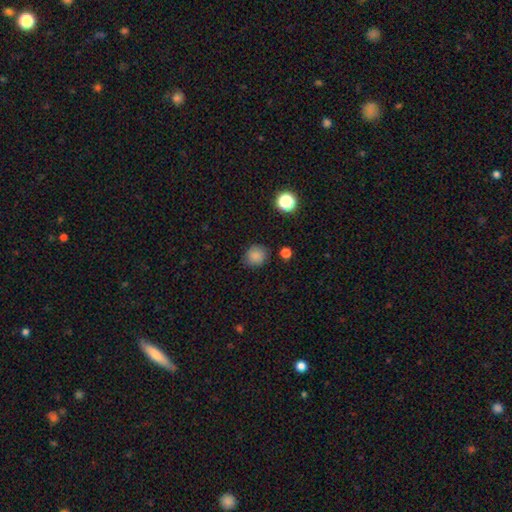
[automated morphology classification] Smooth or featured: smooth — 84% (star or artifact — 12%)
How rounded: round — 83% (in between — 16%)
Merging: none — 83% (minor disturbance — 12%)